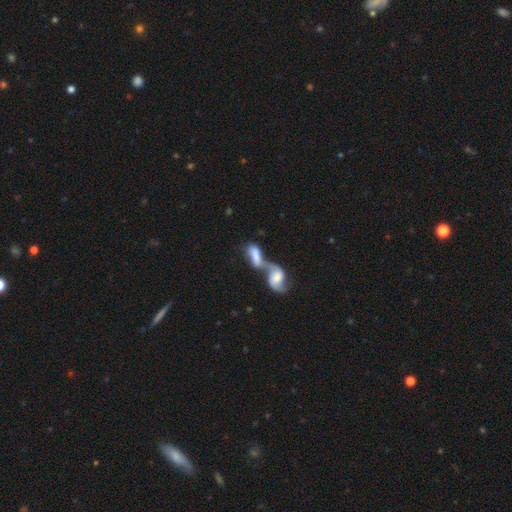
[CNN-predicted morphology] Smooth or featured?
  - smooth: 53% *
  - featured or disk: 40%
  - star or artifact: 7%
How rounded?
  - in between: 79% *
  - cigar-shaped: 16%
  - round: 5%
Merging?
  - merger: 82% *
  - none: 8%
  - major disturbance: 6%
  - minor disturbance: 4%